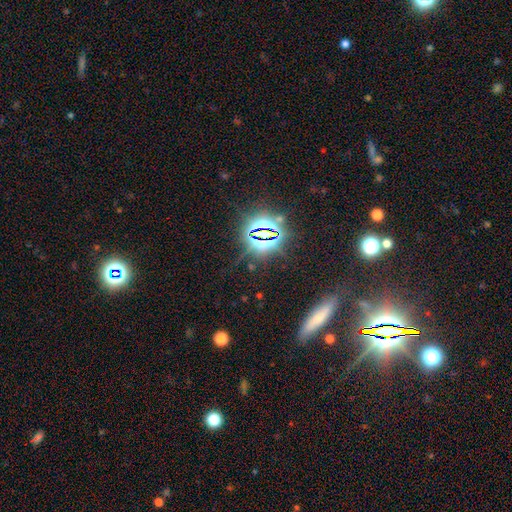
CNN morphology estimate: Overall: star or artifact (77%).